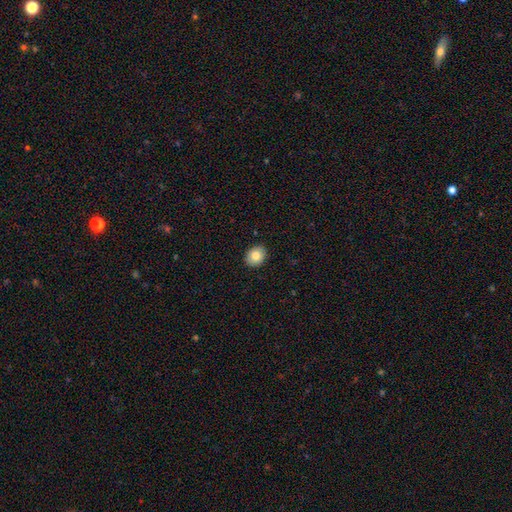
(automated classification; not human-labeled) Smooth or featured?
  - smooth: 82% *
  - featured or disk: 9%
  - star or artifact: 8%
How rounded?
  - in between: 51% *
  - round: 48%
  - cigar-shaped: 1%
Merging?
  - none: 90% *
  - minor disturbance: 7%
  - major disturbance: 2%
  - merger: 1%